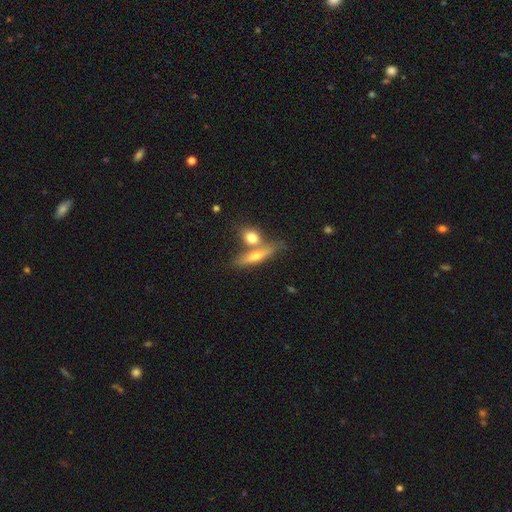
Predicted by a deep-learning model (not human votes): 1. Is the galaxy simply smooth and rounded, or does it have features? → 58% smooth, 35% featured or disk, 7% star or artifact.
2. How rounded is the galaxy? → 62% cigar-shaped, 30% in between, 8% round.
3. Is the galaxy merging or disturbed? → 51% none, 34% merger, 11% minor disturbance, 4% major disturbance.